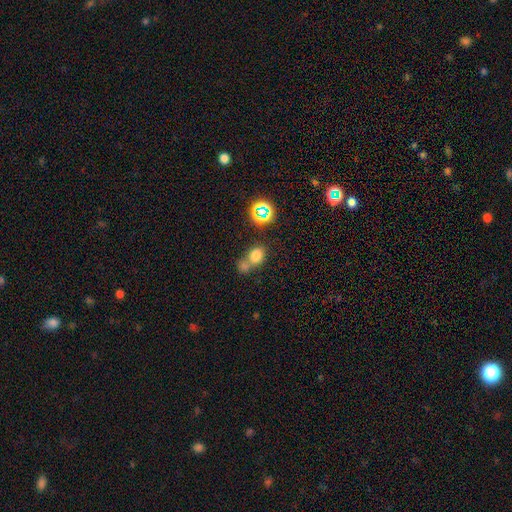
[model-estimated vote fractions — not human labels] This is likely a smooth galaxy (73%). How rounded: possibly round (51%). Merging: marginally merger (43%).